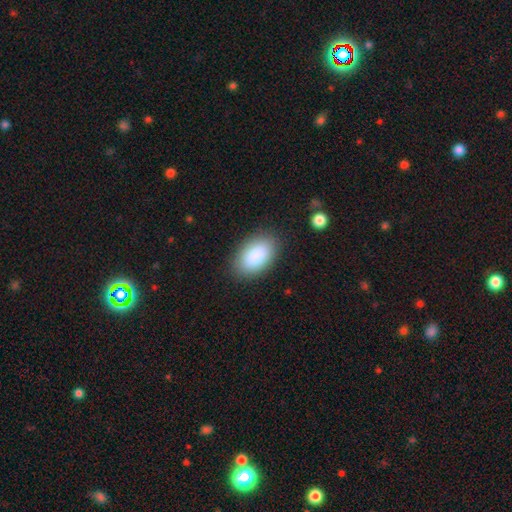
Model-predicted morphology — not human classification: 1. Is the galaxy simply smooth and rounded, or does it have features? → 88% smooth, 7% star or artifact, 5% featured or disk.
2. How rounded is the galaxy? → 94% in between, 5% round, 2% cigar-shaped.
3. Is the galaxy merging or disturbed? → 86% none, 10% minor disturbance, 3% major disturbance, 1% merger.